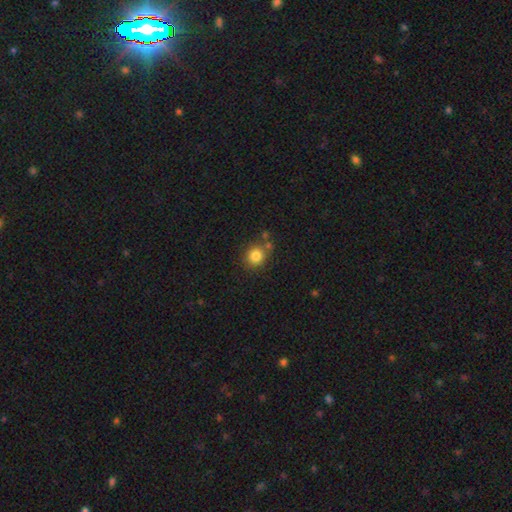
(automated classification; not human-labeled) Morphology: type=smooth (83%); roundness=round (83%); merging=none (71%).